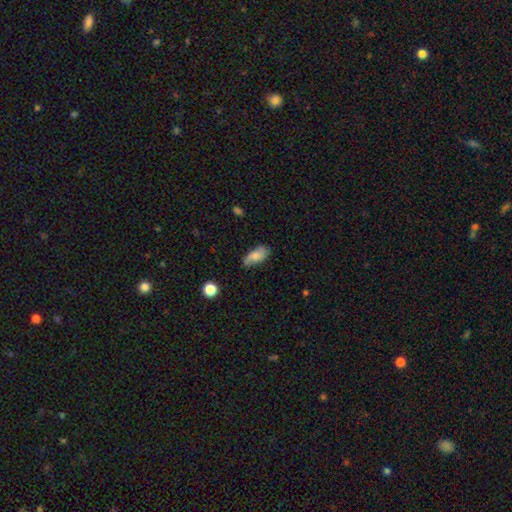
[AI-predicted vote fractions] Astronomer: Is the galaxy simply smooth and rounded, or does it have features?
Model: smooth — 68%.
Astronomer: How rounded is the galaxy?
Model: in between — 87%.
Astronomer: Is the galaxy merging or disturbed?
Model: none — 67%.